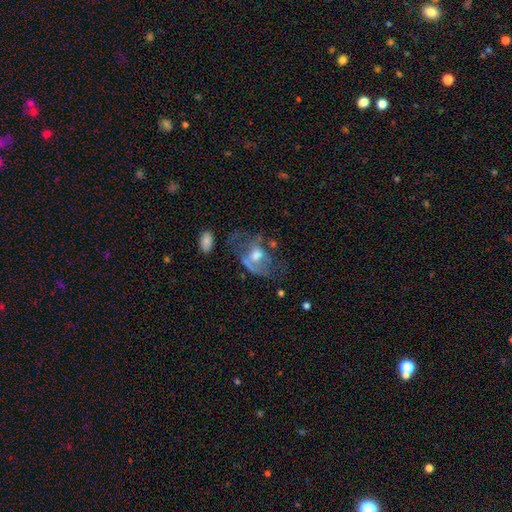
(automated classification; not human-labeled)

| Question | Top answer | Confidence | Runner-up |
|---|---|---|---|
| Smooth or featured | featured or disk | 59% | smooth (30%) |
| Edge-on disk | no | 95% | yes (5%) |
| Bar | no | 73% | weak (22%) |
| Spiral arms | no | 63% | yes (37%) |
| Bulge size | moderate | 62% | small (18%) |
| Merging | major disturbance | 41% | none (32%) |